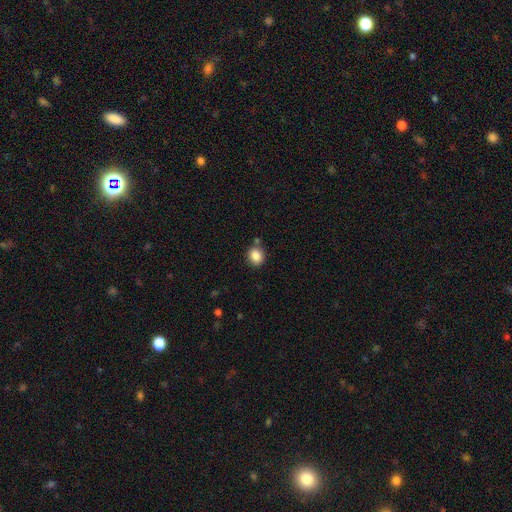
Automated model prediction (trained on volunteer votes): Overall: smooth (85%). How rounded: round (73%). Merging: none (76%).